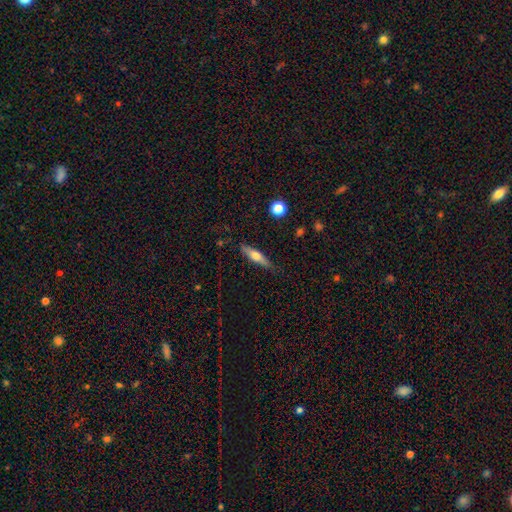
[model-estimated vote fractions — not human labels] Smooth or featured: smooth — 50% (featured or disk — 43%)
How rounded: cigar-shaped — 74% (in between — 24%)
Merging: none — 81% (minor disturbance — 14%)